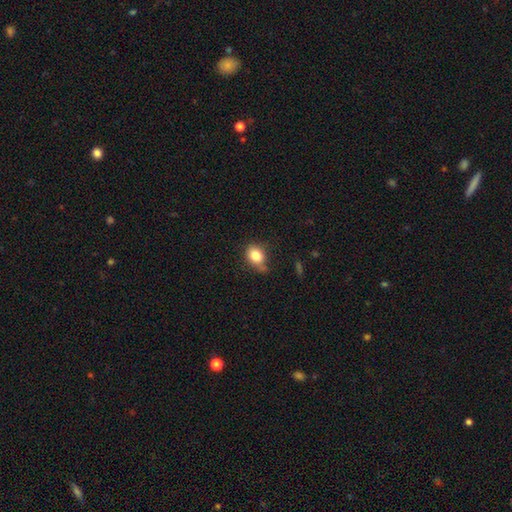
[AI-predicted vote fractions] Overall: smooth (82%). How rounded: in between (60%; round 39%). Merging: none (60%; minor disturbance 28%).